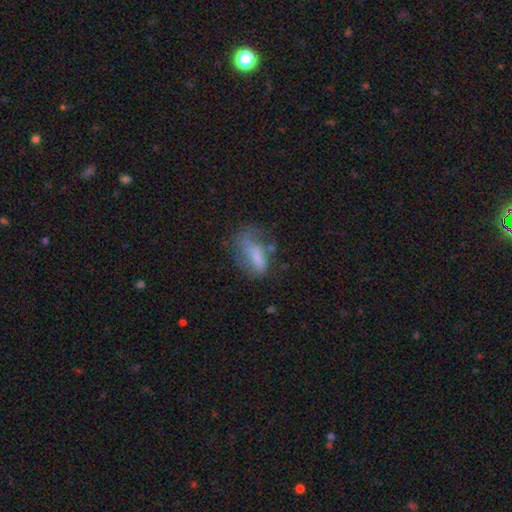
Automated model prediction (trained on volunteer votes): A smooth galaxy with no disk features (58%) that is in between round and cigar-shaped (77%).

Vote fractions:
- Smooth or featured? smooth: 58% / featured or disk: 31% / star or artifact: 11%
- How rounded? in between: 77% / cigar-shaped: 17% / round: 6%
- Merging? major disturbance: 36% / none: 31% / minor disturbance: 27% / merger: 6%